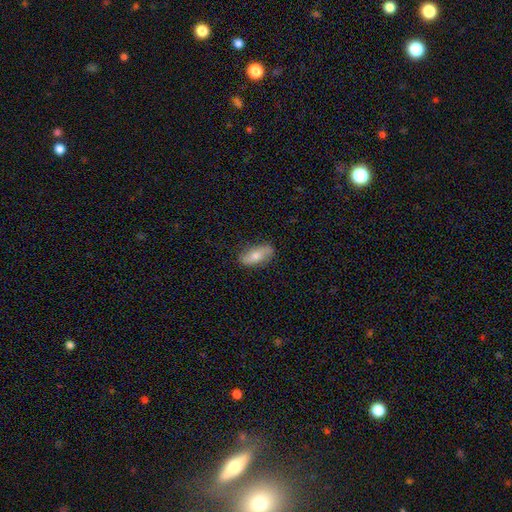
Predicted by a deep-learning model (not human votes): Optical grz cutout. It shows a smooth galaxy with no disk features (65%) that is in between round and cigar-shaped (79%). Merging: none (78%).